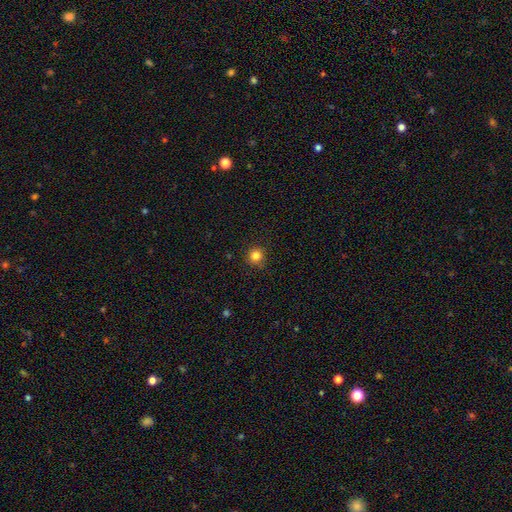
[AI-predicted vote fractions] The model was most divided on "smooth or featured": smooth: 83%, star or artifact: 13%, featured or disk: 4%. More confident: how rounded — round (95%); merging — none (89%).